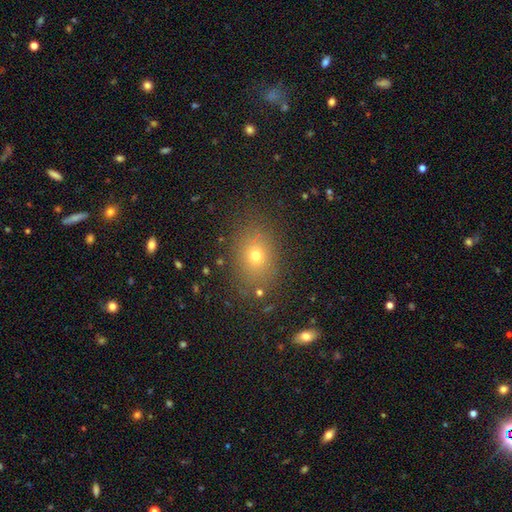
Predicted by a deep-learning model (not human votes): Overall: smooth (71%). How rounded: in between (60%; round 39%). Merging: none (83%).